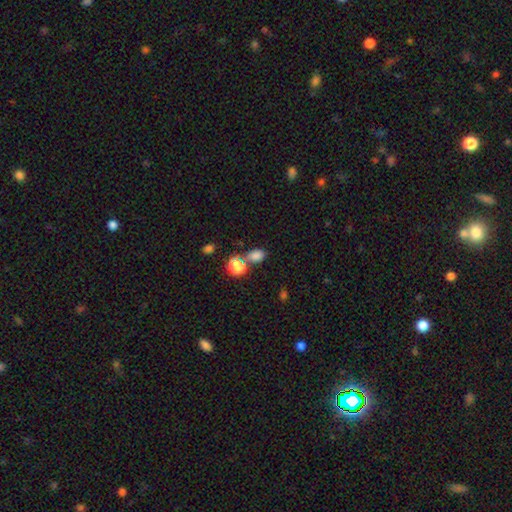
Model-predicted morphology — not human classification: Q: Smooth or featured?
A: smooth (77%); runner-up: star or artifact (18%)
Q: How rounded?
A: in between (70%); runner-up: round (28%)
Q: Merging?
A: none (63%); runner-up: merger (18%)